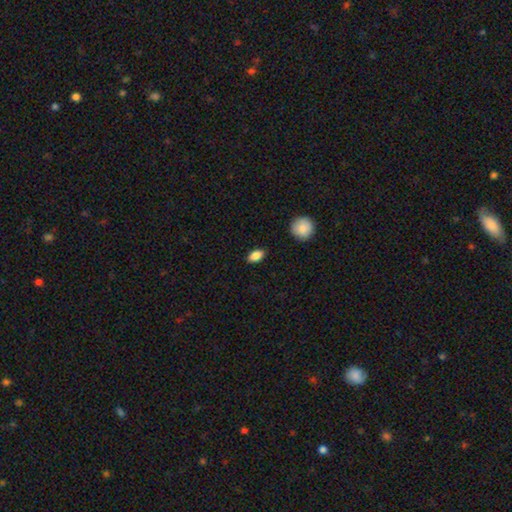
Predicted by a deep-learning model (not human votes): Morphology: type=smooth (87%); roundness=in between (87%); merging=none (89%).